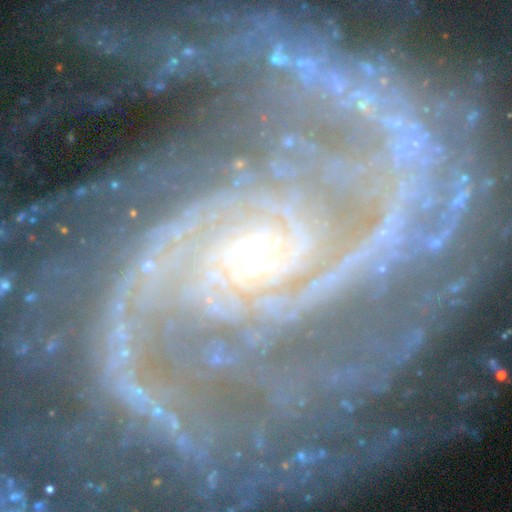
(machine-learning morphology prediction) smooth_or_featured: featured or disk (p=0.92) [alt: star or artifact p=0.06]
disk_edge_on: no (p=0.98) [alt: yes p=0.02]
bar: no (p=0.44) [alt: weak p=0.37]
has_spiral_arms: yes (p=0.98) [alt: no p=0.02]
spiral_winding: tight (p=0.53) [alt: medium p=0.37]
spiral_arm_count: 2 (p=0.29) [alt: 3 p=0.18]
bulge_size: small (p=0.74) [alt: moderate p=0.20]
merging: none (p=0.64) [alt: major disturbance p=0.17]